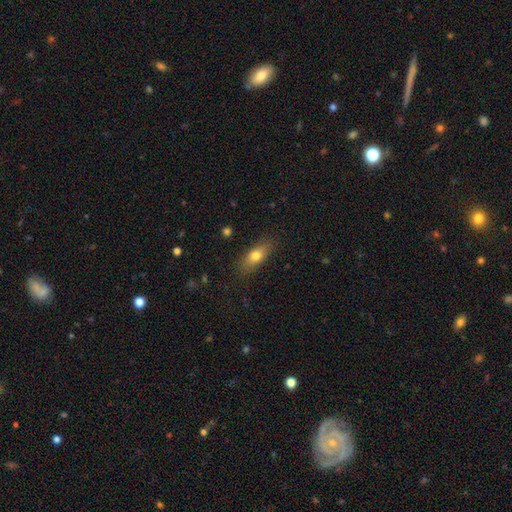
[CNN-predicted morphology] Smooth or featured? smooth (74%)
How rounded? in between (69%)
Merging? none (84%)